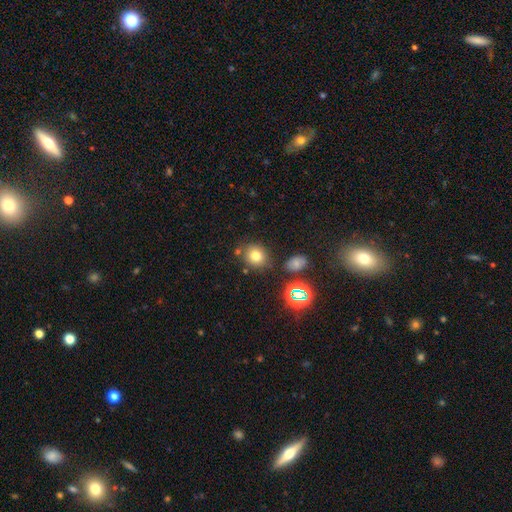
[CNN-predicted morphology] smooth-or-featured: smooth: 74% | star or artifact: 17% | featured or disk: 9%
  how-rounded: round: 75% | in between: 24% | cigar-shaped: 1%
  merging: none: 76% | minor disturbance: 12% | merger: 8% | major disturbance: 4%